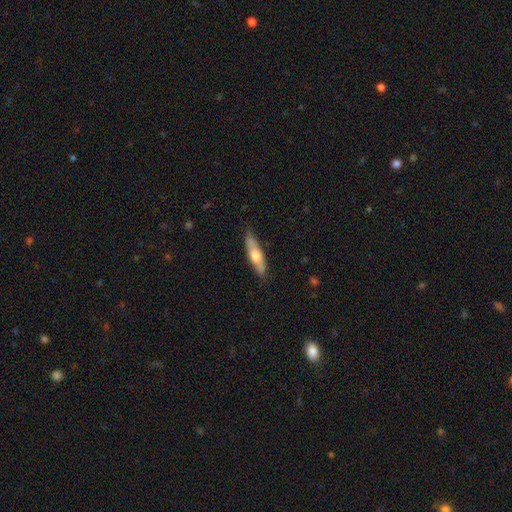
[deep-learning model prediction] This appears to be a smooth galaxy with no disk features (53%) that is cigar-shaped (67%). Merging: none (80%).